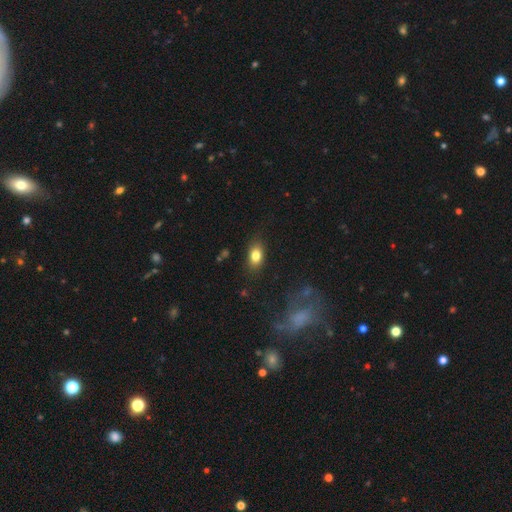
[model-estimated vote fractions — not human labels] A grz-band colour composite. It shows a smooth galaxy with no disk features (81%) that is in between round and cigar-shaped (84%). Merging: none (83%).